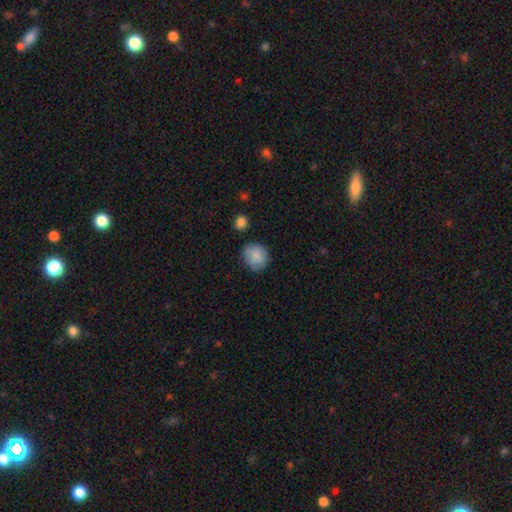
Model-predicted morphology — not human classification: smooth_or_featured: smooth (p=0.87) [alt: star or artifact p=0.07]
how_rounded: round (p=0.71) [alt: in between p=0.28]
merging: none (p=0.78) [alt: minor disturbance p=0.16]